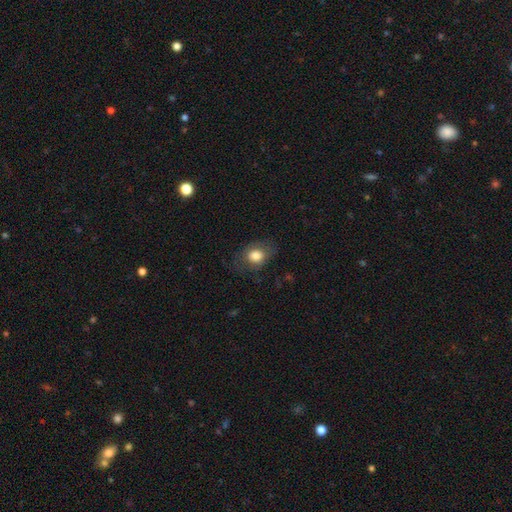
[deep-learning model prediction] This appears to be a smooth galaxy with no disk features (78%) that is in between round and cigar-shaped (57%). Merging: none (70%).